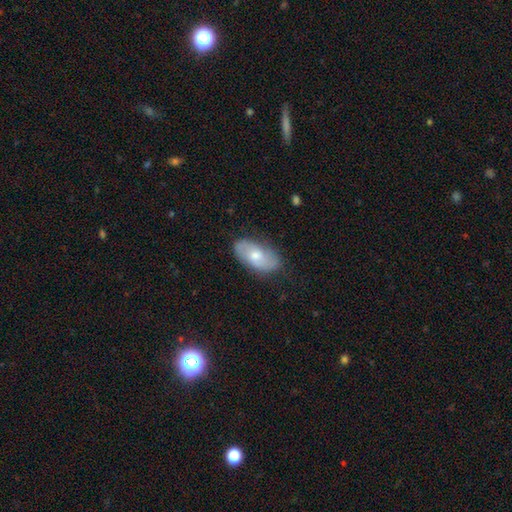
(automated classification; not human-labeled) Q: Smooth or featured?
A: smooth (49%); runner-up: featured or disk (44%)
Q: Merging?
A: none (78%); runner-up: minor disturbance (17%)